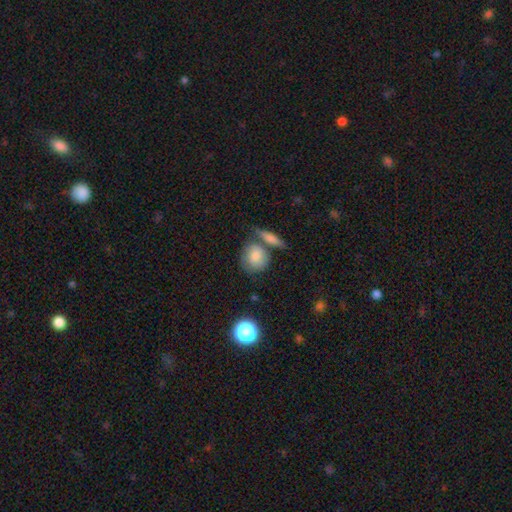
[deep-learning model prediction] Overall: smooth (76%). How rounded: round (72%). Merging: none (55%; merger 24%).